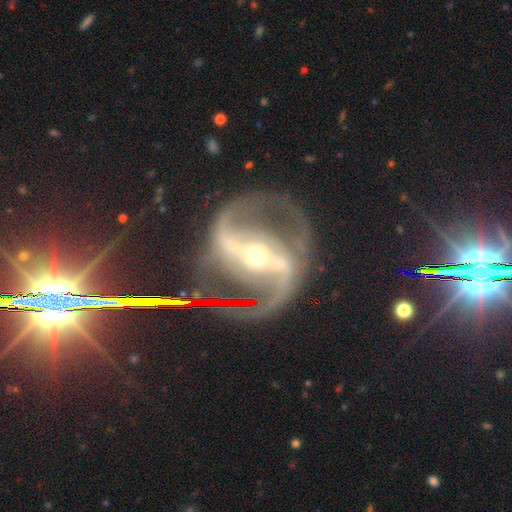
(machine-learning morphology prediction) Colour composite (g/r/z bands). It shows a featured or disk galaxy (90%) with a strong bar (71%), 2 (92%) medium (55%) spiral arms (97%) and a moderate central bulge (50%). Merging: none (75%).